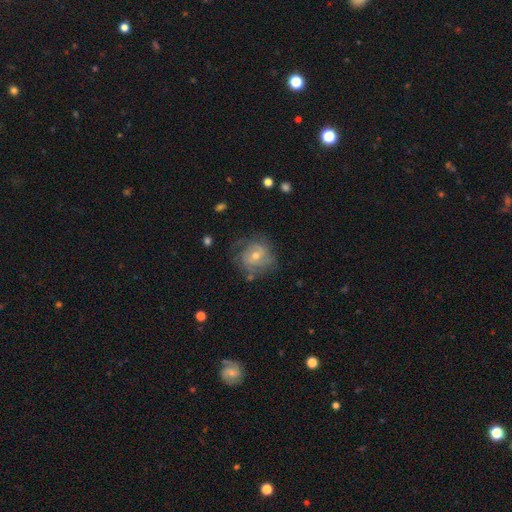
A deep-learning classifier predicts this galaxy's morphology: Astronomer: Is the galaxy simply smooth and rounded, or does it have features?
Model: featured or disk — 65%.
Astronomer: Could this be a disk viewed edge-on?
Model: no — 97%.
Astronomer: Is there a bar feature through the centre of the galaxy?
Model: no — 69%.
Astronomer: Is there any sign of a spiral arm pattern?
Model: yes — 80%.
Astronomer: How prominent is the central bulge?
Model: moderate — 53% (runner-up: small, 42%).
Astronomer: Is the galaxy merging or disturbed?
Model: none — 65%.